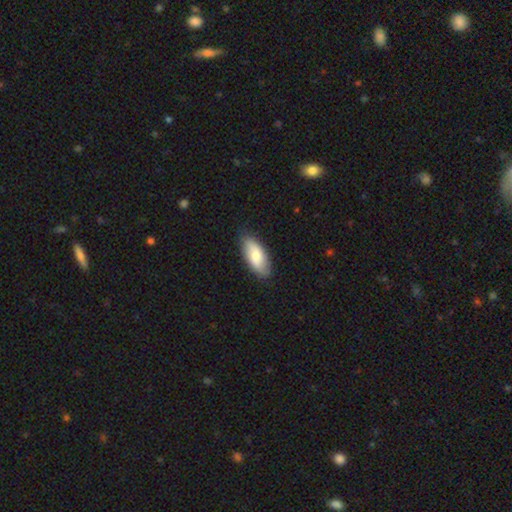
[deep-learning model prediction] Smooth or featured? smooth (72%)
How rounded? in between (87%)
Merging? none (85%)